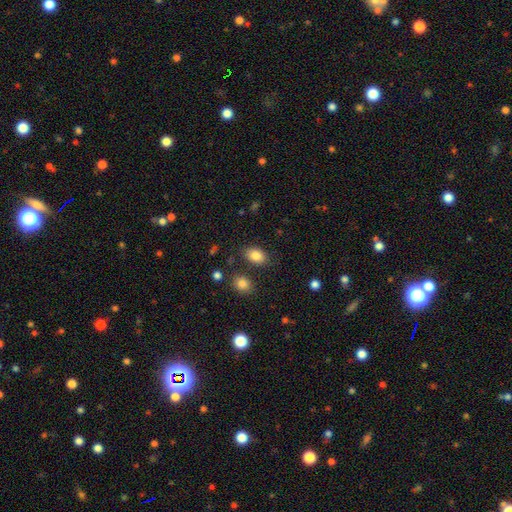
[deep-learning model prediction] smooth 85%, star or artifact 9%, featured or disk 6%. Down the decision tree: how rounded — in between (79%); merging — none (80%).